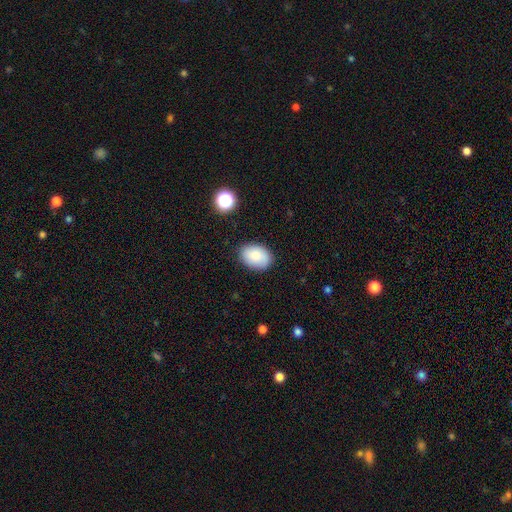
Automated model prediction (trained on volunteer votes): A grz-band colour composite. It shows a smooth galaxy with no disk features (86%) that is in between round and cigar-shaped (84%). Merging: none (86%).